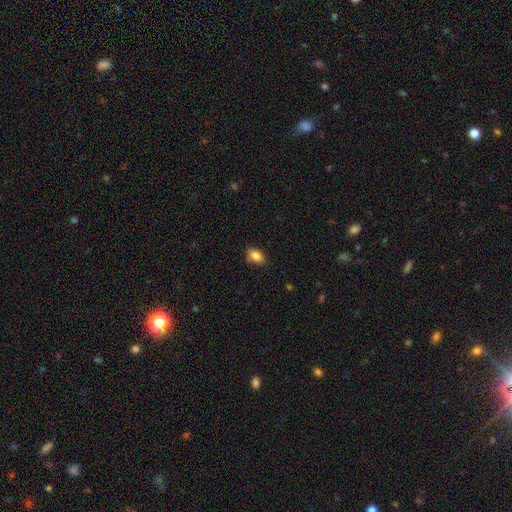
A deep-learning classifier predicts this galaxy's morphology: A smooth galaxy with no disk features (85%) that is in between round and cigar-shaped (89%). Merging: none (81%).